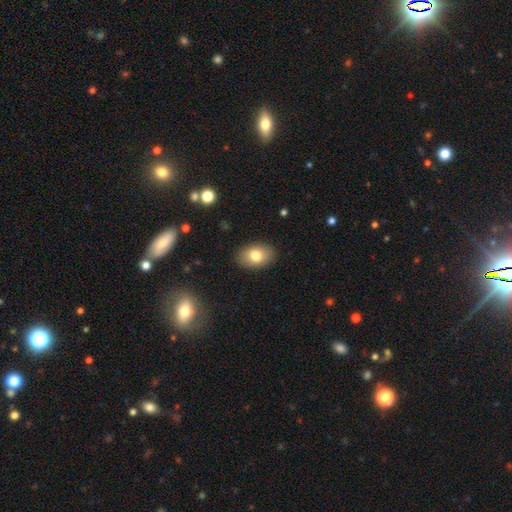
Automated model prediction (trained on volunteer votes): This appears to be a smooth galaxy with no disk features (79%) that is in between round and cigar-shaped (84%). Merging: none (88%).